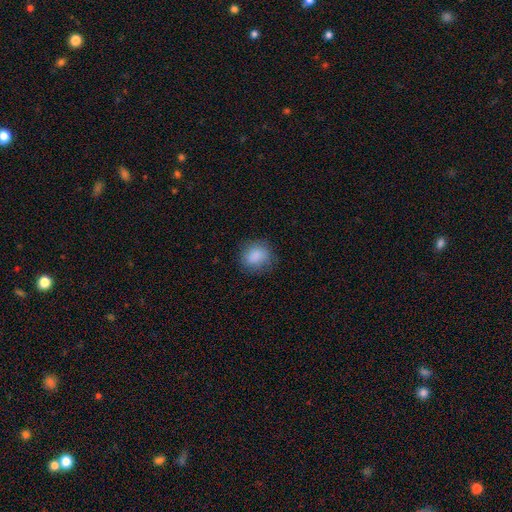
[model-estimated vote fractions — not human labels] This appears to be a smooth galaxy with no disk features (86%) that is round (69%). Merging: none (79%).